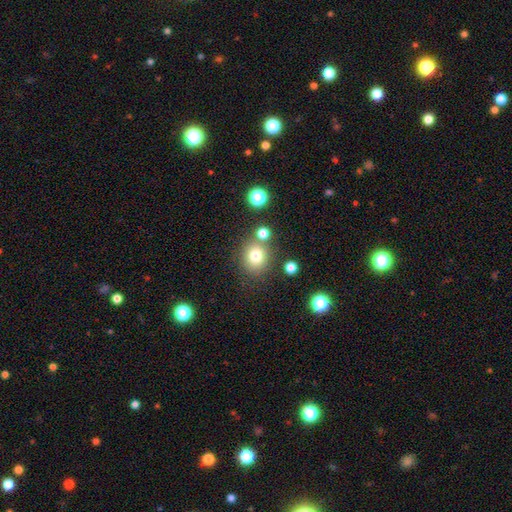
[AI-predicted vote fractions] A smooth galaxy with no disk features (77%) that is round (82%). Merging: none (75%).